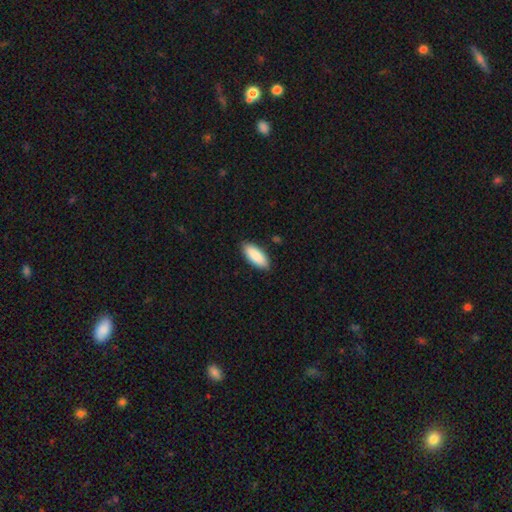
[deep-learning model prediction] Overall: smooth (89%). How rounded: in between (81%). Merging: none (87%).